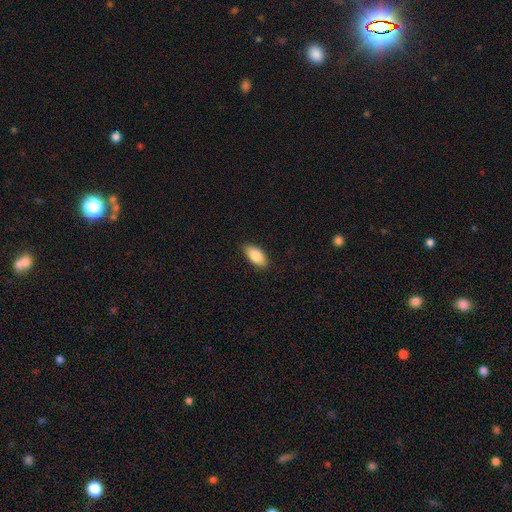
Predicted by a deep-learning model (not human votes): The model was most divided on "smooth or featured": smooth: 83%, featured or disk: 11%, star or artifact: 6%. More confident: how rounded — in between (91%); merging — none (88%).